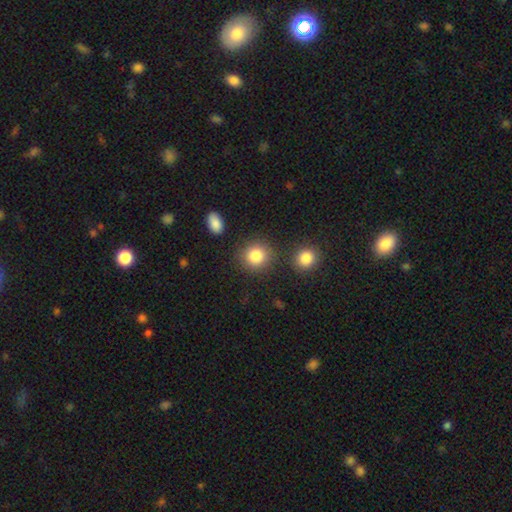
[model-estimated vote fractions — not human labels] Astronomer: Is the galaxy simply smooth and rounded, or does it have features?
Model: smooth — 85%.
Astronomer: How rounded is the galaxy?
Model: round — 87%.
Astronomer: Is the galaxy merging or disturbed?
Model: none — 81%.